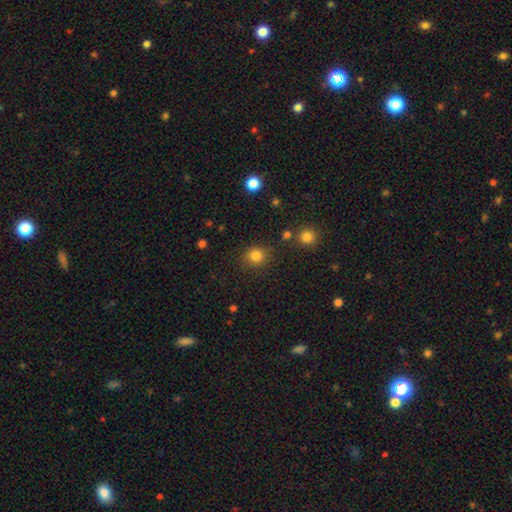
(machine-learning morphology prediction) smooth 83%, star or artifact 12%, featured or disk 5%. Down the decision tree: how rounded — round (84%); merging — none (84%).